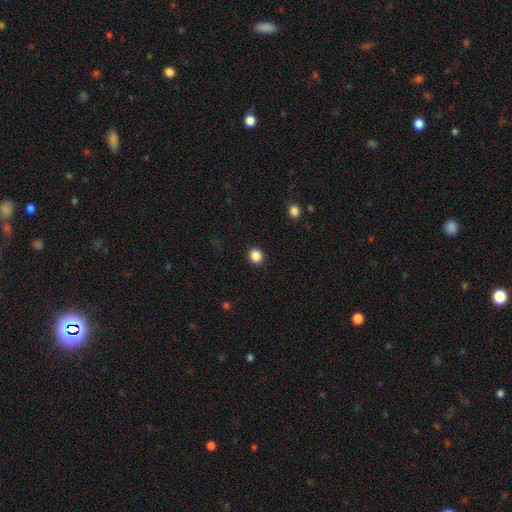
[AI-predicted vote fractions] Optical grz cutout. It shows a smooth galaxy with no disk features (86%) that is round (89%). Merging: none (92%).